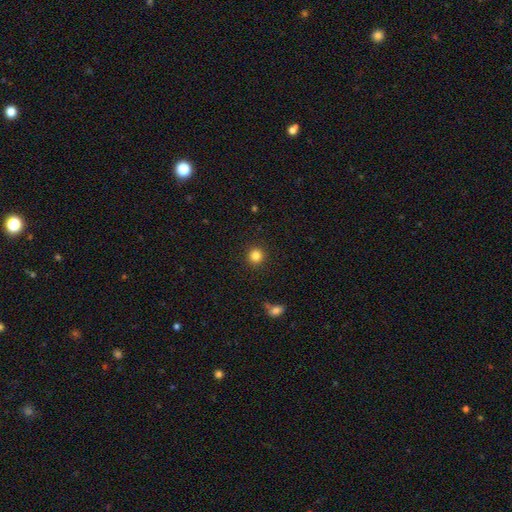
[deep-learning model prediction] This is clearly a smooth galaxy (83%). How rounded: clearly round (94%). Merging: clearly none (91%).